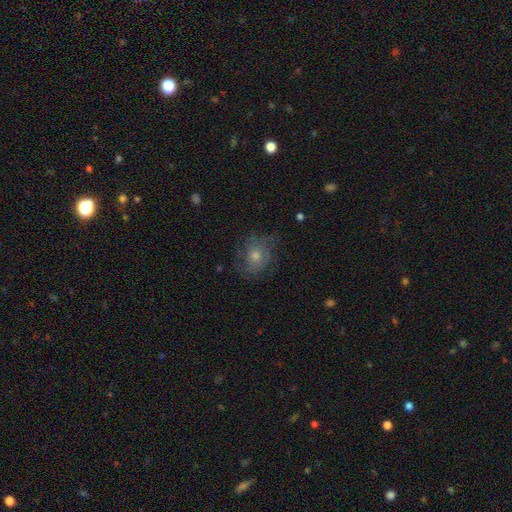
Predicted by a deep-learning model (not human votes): Smooth or featured: featured or disk — 52% (smooth — 32%)
Edge-on disk: no — 96% (yes — 4%)
Bar: no — 82% (weak — 16%)
Spiral arms: yes — 80% (no — 20%)
Bulge size: moderate — 60% (small — 29%)
Merging: none — 71% (minor disturbance — 18%)